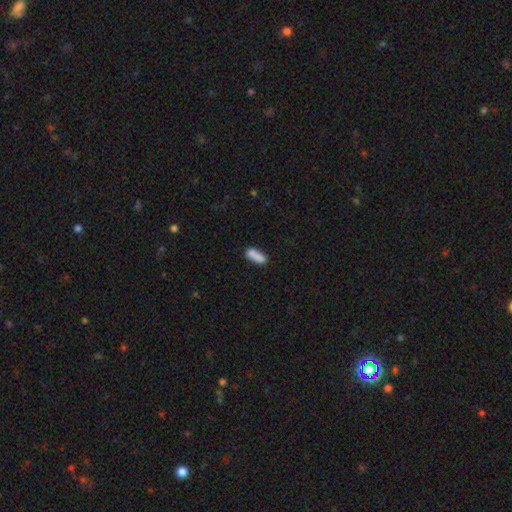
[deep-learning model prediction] Smooth or featured? Predicted: smooth (p=0.82). How rounded? Predicted: in between (p=0.66). Merging? Predicted: none (p=0.58).